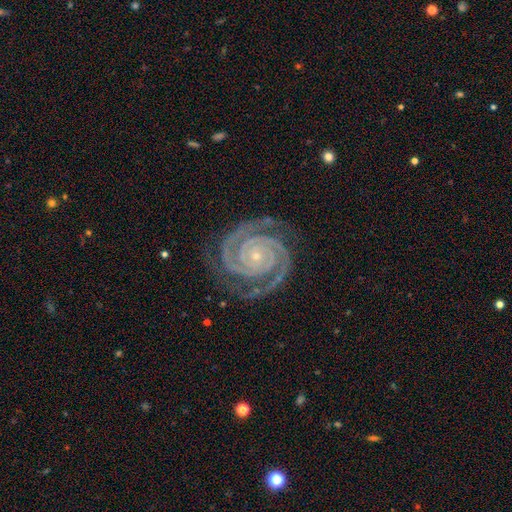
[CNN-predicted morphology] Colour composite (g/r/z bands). It shows a featured or disk galaxy (94%) with no bar (75%), 2 (87%) tight (85%) spiral arms (99%) and a small central bulge (85%). Merging: none (83%).